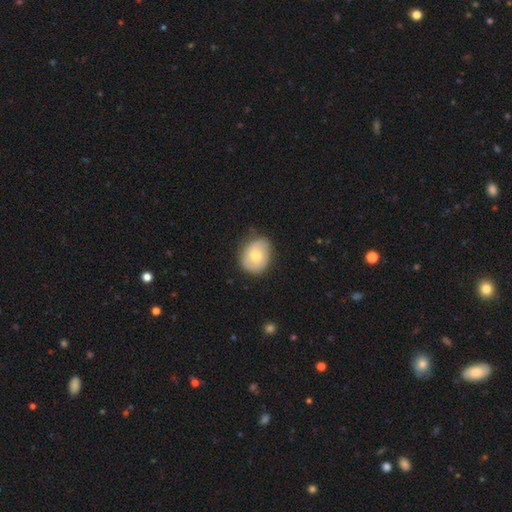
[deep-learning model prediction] Smooth or featured: smooth — 63% (featured or disk — 31%)
How rounded: round — 52% (in between — 47%)
Merging: none — 73% (minor disturbance — 21%)